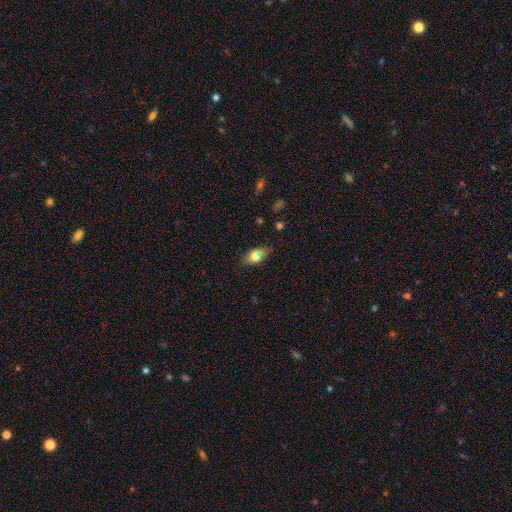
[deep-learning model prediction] Smooth or featured? Predicted: smooth (p=0.73). How rounded? Predicted: in between (p=0.86). Merging? Predicted: none (p=0.81).